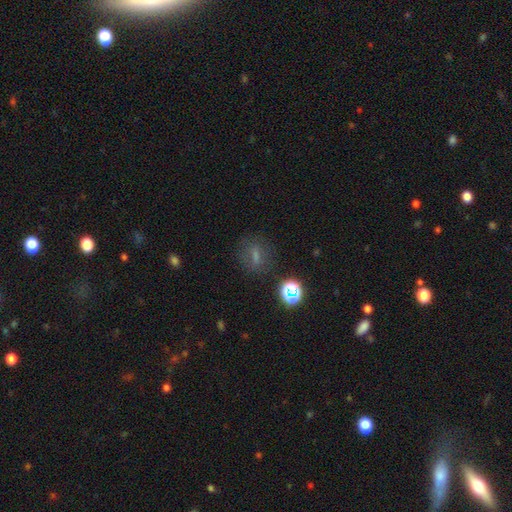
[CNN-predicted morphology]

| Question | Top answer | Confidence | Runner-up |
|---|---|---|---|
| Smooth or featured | smooth | 52% | star or artifact (27%) |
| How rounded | round | 46% | in between (38%) |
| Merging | none | 76% | minor disturbance (13%) |